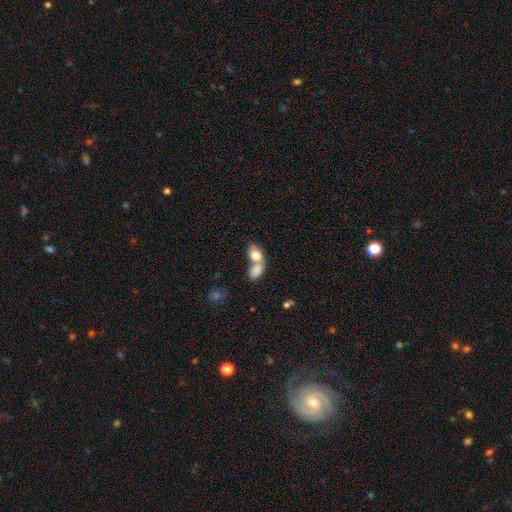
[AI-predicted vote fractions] The model was most divided on "merging": merger: 74%, none: 16%, minor disturbance: 6%, major disturbance: 4%. More confident: how rounded — in between (78%); smooth or featured — smooth (78%).